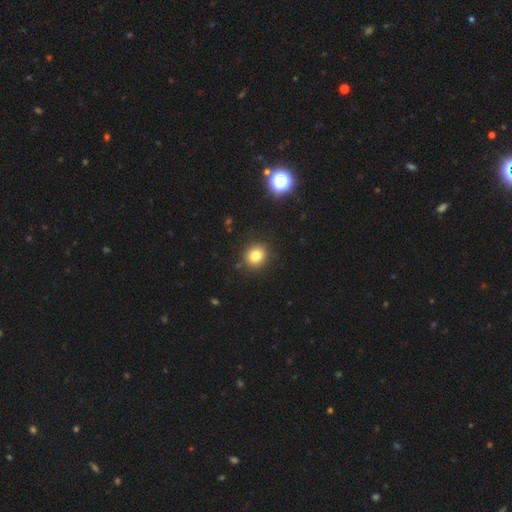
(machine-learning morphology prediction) smooth 80%, star or artifact 13%, featured or disk 7%. Down the decision tree: how rounded — round (85%); merging — none (90%).